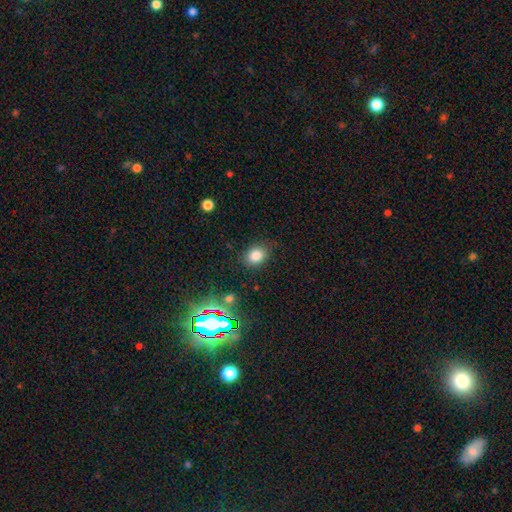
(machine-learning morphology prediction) Q: Smooth or featured?
A: smooth (80%); runner-up: star or artifact (14%)
Q: How rounded?
A: in between (53%); runner-up: round (46%)
Q: Merging?
A: none (82%); runner-up: minor disturbance (13%)